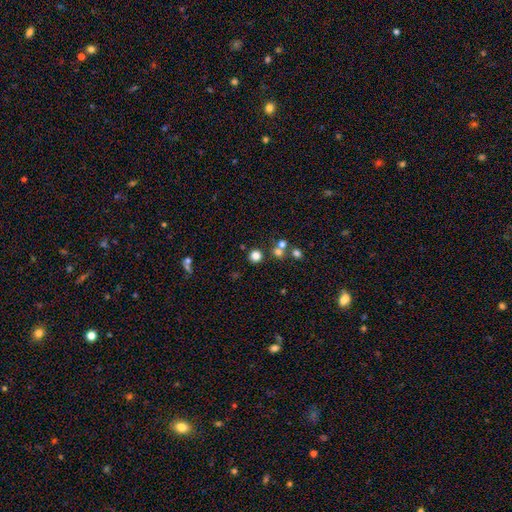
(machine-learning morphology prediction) A smooth galaxy with no disk features (76%) that is round (93%). Merging: none (76%).